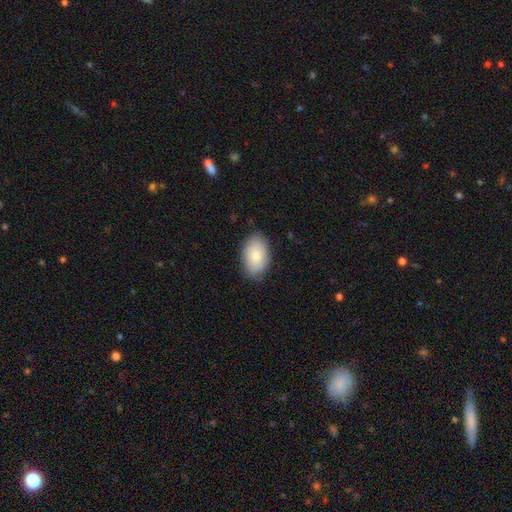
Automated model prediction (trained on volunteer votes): smooth_or_featured: smooth (p=0.80) [alt: featured or disk p=0.14]
how_rounded: in between (p=0.91) [alt: round p=0.08]
merging: none (p=0.82) [alt: minor disturbance p=0.14]